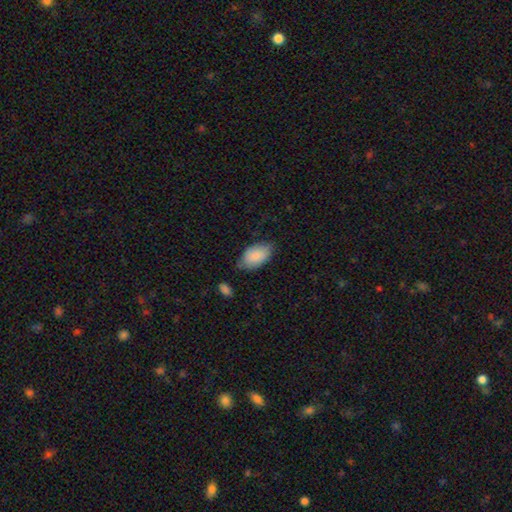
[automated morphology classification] Smooth or featured: smooth — 84% (featured or disk — 10%)
How rounded: in between — 94% (round — 5%)
Merging: none — 64% (minor disturbance — 28%)